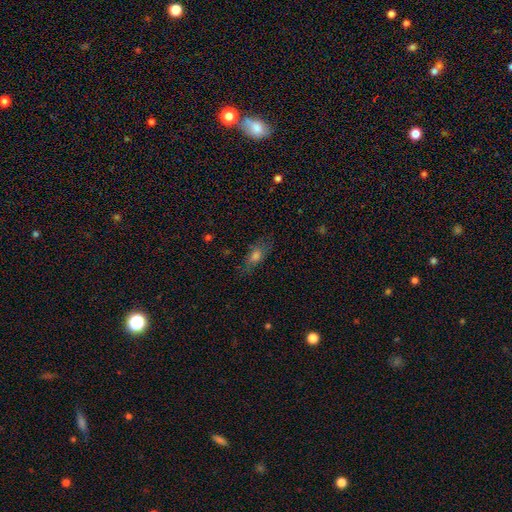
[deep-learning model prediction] Morphology: type=smooth (59%); roundness=in between (62%); merging=none (74%).